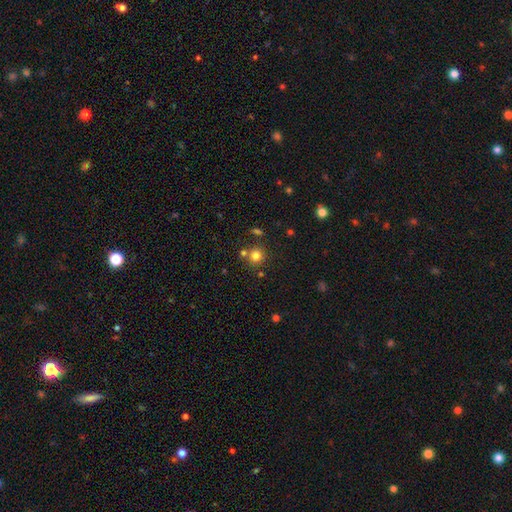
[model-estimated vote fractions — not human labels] smooth 78%, star or artifact 15%, featured or disk 7%. Down the decision tree: how rounded — round (92%); merging — none (76%).